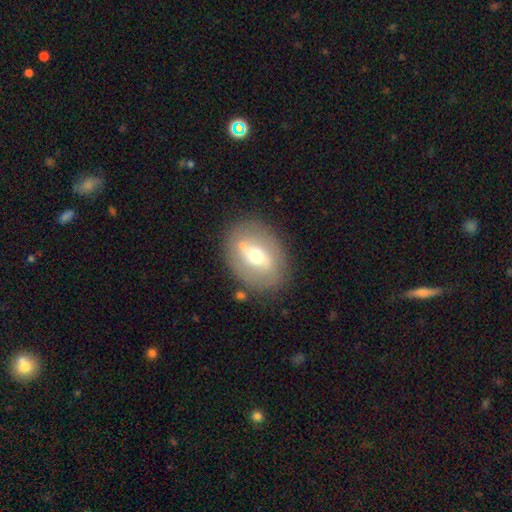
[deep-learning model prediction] Overall: featured or disk (54%; smooth 38%). Edge-on disk: no (87%). Merging: none (79%).